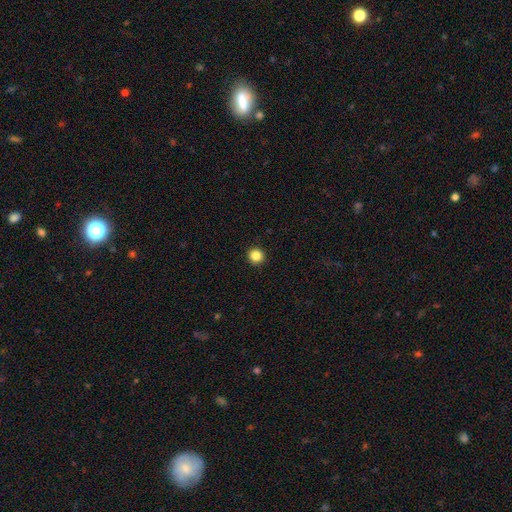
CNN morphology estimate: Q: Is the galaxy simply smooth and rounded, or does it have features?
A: smooth — 86%.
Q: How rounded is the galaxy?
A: round — 94%.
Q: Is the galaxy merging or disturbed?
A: none — 93%.